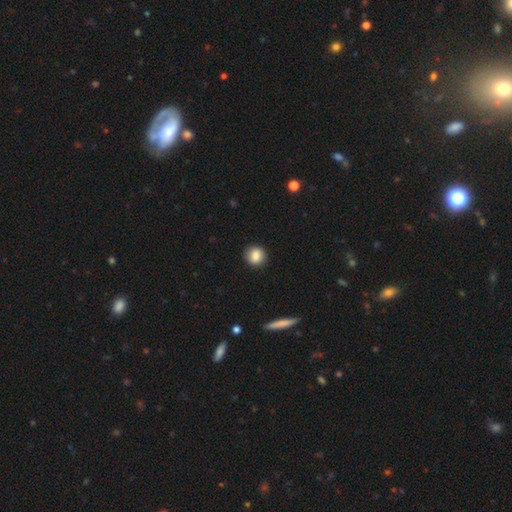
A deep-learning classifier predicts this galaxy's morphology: smooth 86%, star or artifact 8%, featured or disk 6%. Down the decision tree: how rounded — round (88%); merging — none (90%).